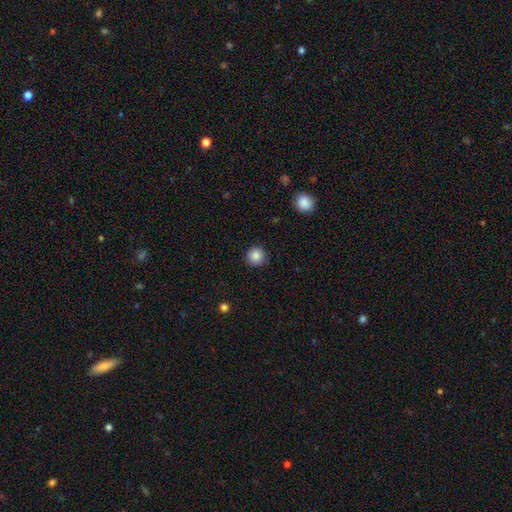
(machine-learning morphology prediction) smooth_or_featured: smooth (p=0.87) [alt: star or artifact p=0.10]
how_rounded: round (p=0.94) [alt: in between p=0.05]
merging: none (p=0.91) [alt: minor disturbance p=0.06]